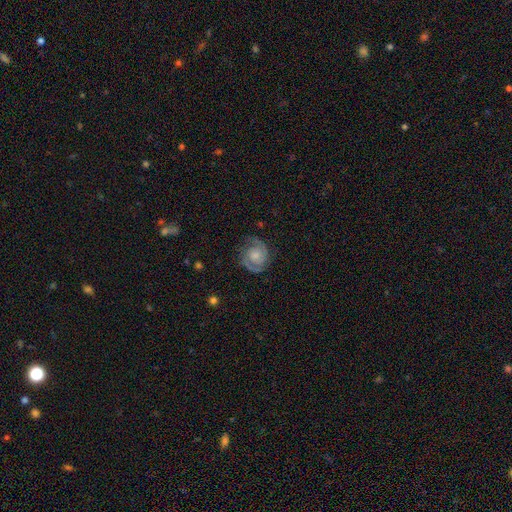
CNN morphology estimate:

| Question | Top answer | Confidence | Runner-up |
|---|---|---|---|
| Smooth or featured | featured or disk | 86% | smooth (8%) |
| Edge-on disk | no | 98% | yes (2%) |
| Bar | no | 68% | weak (27%) |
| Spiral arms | yes | 98% | no (2%) |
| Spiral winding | tight | 56% | medium (37%) |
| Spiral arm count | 2 | 90% | can't tell (3%) |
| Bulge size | moderate | 41% | small (39%) |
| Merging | none | 79% | minor disturbance (15%) |